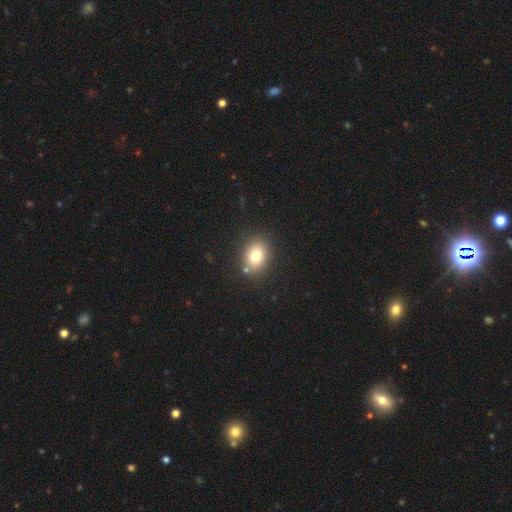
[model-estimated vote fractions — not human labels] The model was most divided on "how rounded": in between: 52%, round: 48%, cigar-shaped: 1%. More confident: merging — none (83%); smooth or featured — smooth (77%).